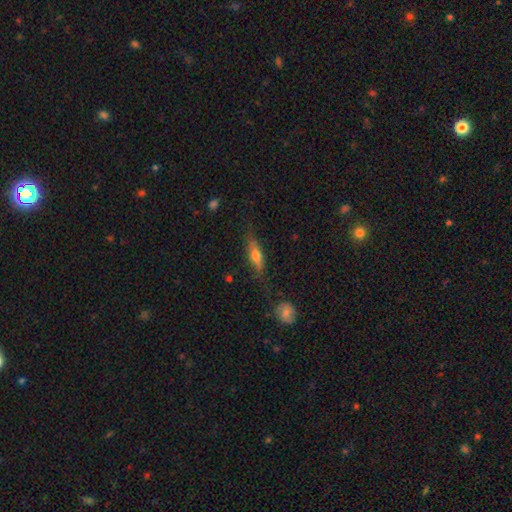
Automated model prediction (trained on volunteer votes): A smooth galaxy with no disk features (54%) that is cigar-shaped (58%). Merging: none (69%).